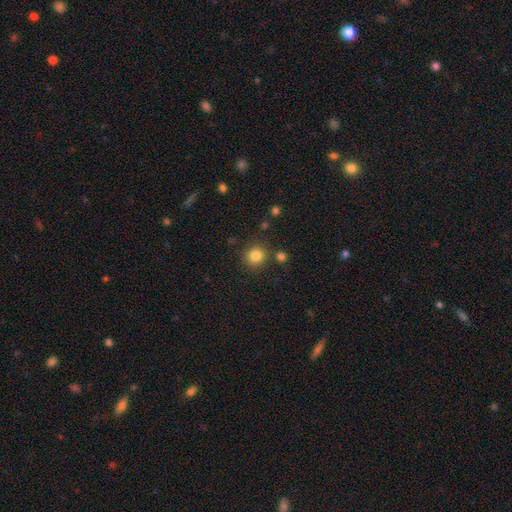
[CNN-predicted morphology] Smooth or featured? smooth (84%)
How rounded? round (88%)
Merging? none (85%)